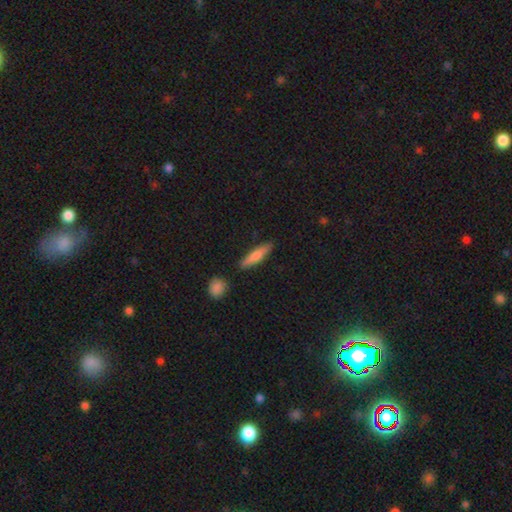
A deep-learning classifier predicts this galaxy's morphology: smooth 71%, featured or disk 23%, star or artifact 6%. Down the decision tree: how rounded — cigar-shaped (81%); merging — none (86%).